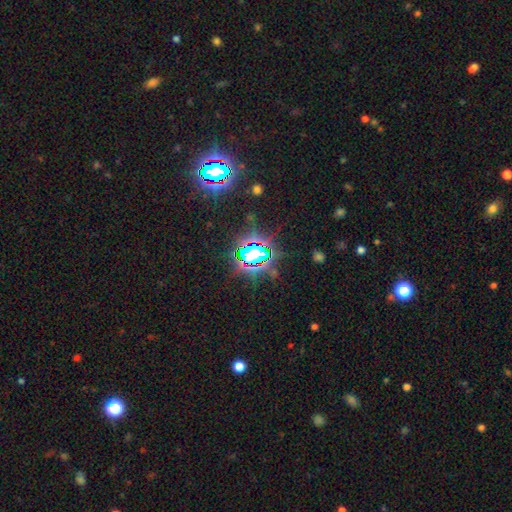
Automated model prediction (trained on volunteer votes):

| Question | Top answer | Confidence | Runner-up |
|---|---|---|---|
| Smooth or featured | star or artifact | 75% | smooth (16%) |